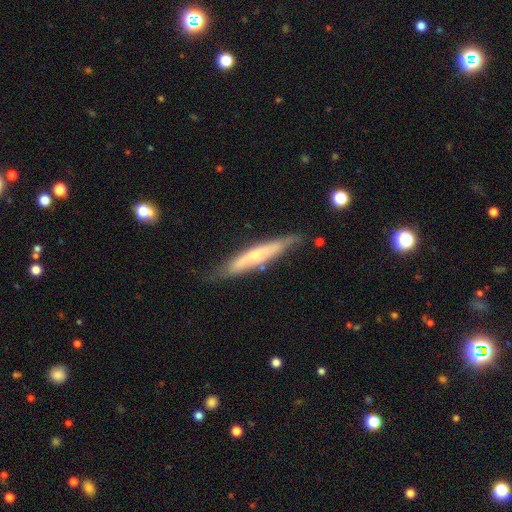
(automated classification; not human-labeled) featured or disk 51%, smooth 43%, star or artifact 6%. Down the decision tree: edge-on disk — yes (82%); merging — none (70%).